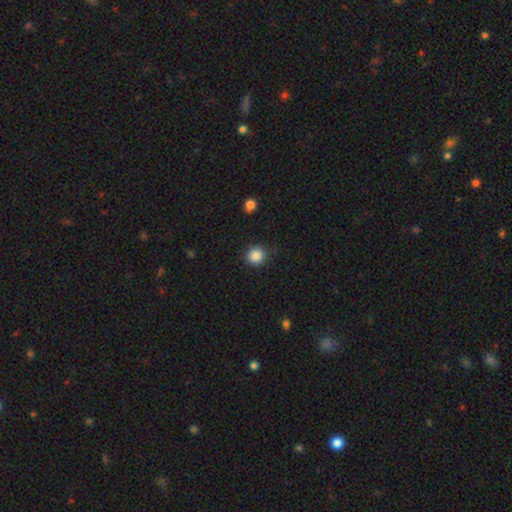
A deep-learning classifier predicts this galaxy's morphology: type=smooth (87%); roundness=round (91%); merging=none (87%).